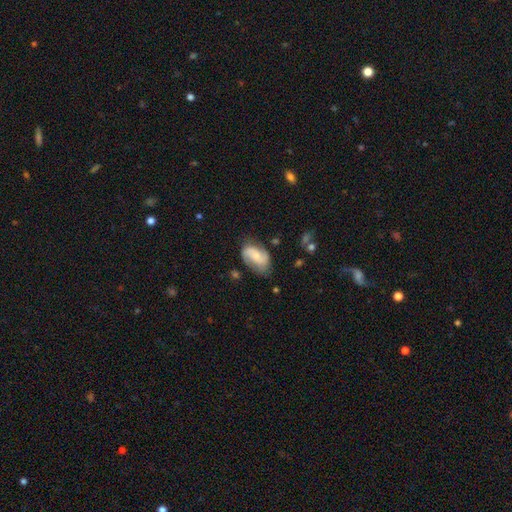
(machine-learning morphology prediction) Smooth or featured? featured or disk (57%)
Edge-on disk? no (96%)
Bar? no (54%)
Spiral arms? yes (89%)
Bulge size? small (48%)
Merging? none (61%)